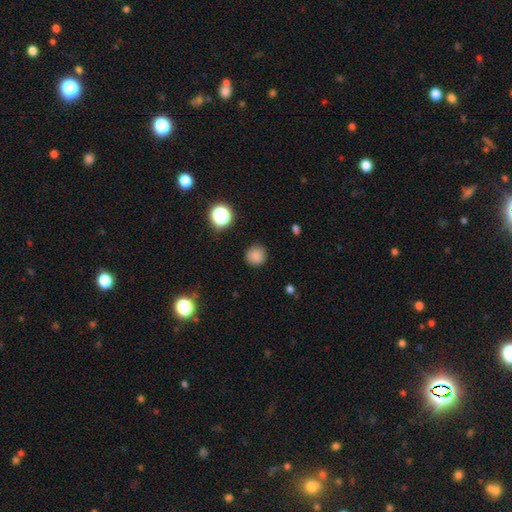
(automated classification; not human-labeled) smooth-or-featured: smooth: 83% | star or artifact: 13% | featured or disk: 4%
  how-rounded: round: 93% | in between: 6% | cigar-shaped: 1%
  merging: none: 88% | minor disturbance: 8% | major disturbance: 3% | merger: 1%